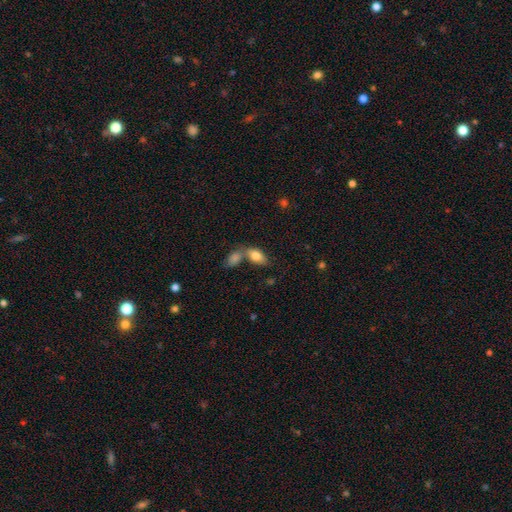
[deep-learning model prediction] smooth-or-featured: smooth: 81% | featured or disk: 12% | star or artifact: 7%
  how-rounded: in between: 90% | round: 5% | cigar-shaped: 5%
  merging: merger: 45% | none: 41% | minor disturbance: 10% | major disturbance: 4%